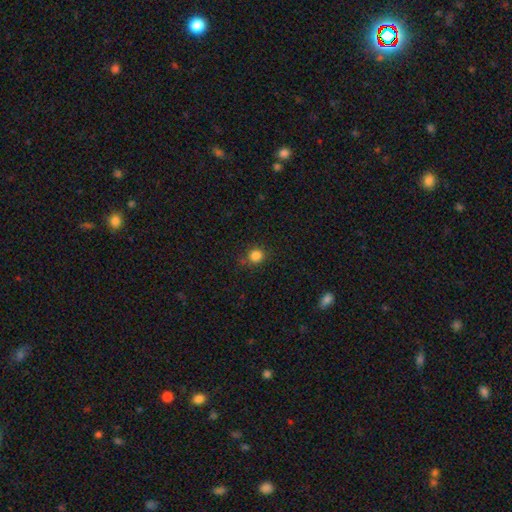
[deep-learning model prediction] This appears to be a smooth galaxy with no disk features (83%) that is round (89%). Merging: none (81%).